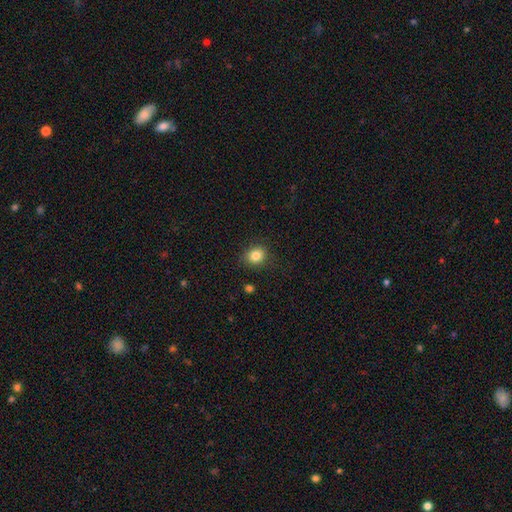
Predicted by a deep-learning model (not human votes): smooth_or_featured: smooth (p=0.83) [alt: star or artifact p=0.10]
how_rounded: round (p=0.67) [alt: in between p=0.32]
merging: none (p=0.86) [alt: minor disturbance p=0.10]